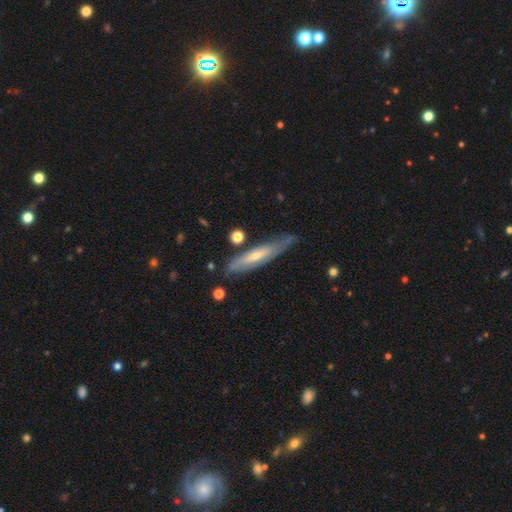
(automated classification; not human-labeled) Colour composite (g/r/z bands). It shows a featured or disk galaxy (60%) viewed edge-on (64%). Merging: none (72%).